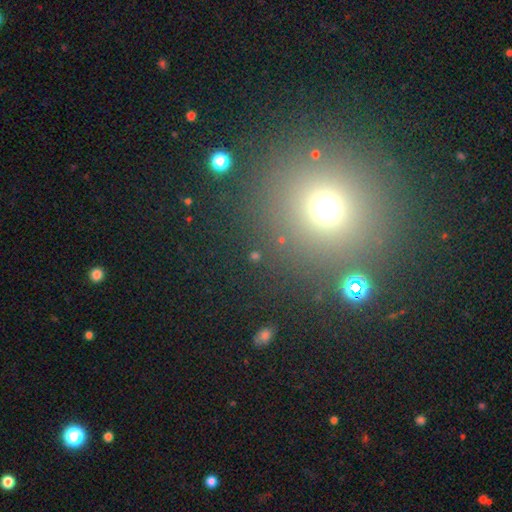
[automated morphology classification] Smooth or featured?
  - smooth: 51% *
  - star or artifact: 40%
  - featured or disk: 9%
How rounded?
  - round: 82% *
  - in between: 16%
  - cigar-shaped: 2%
Merging?
  - none: 84% *
  - minor disturbance: 7%
  - merger: 5%
  - major disturbance: 4%